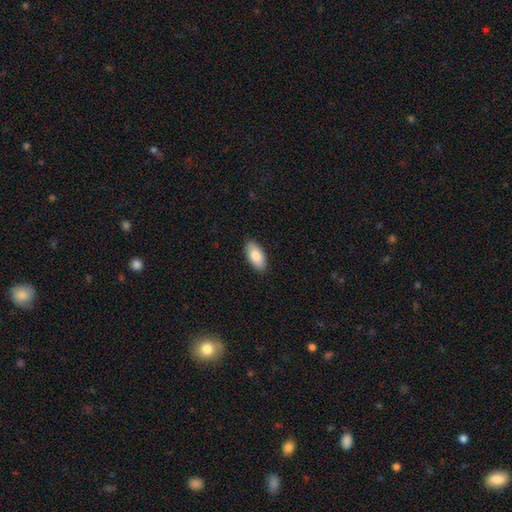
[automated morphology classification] This is clearly a smooth galaxy (85%). How rounded: clearly in between (92%). Merging: clearly none (89%).